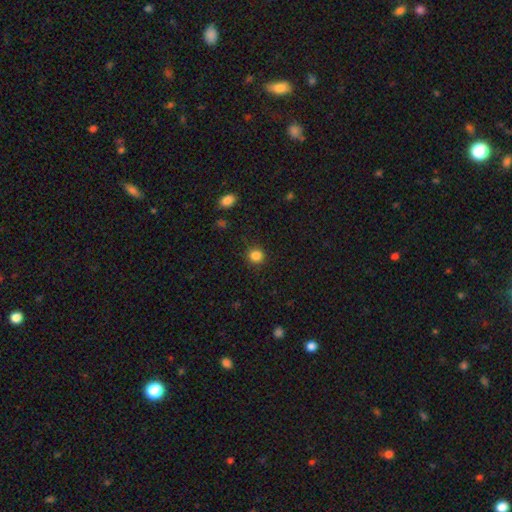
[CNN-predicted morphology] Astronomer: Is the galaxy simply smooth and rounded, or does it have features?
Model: smooth — 85%.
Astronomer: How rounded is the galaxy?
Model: round — 91%.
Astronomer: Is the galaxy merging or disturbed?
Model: none — 89%.